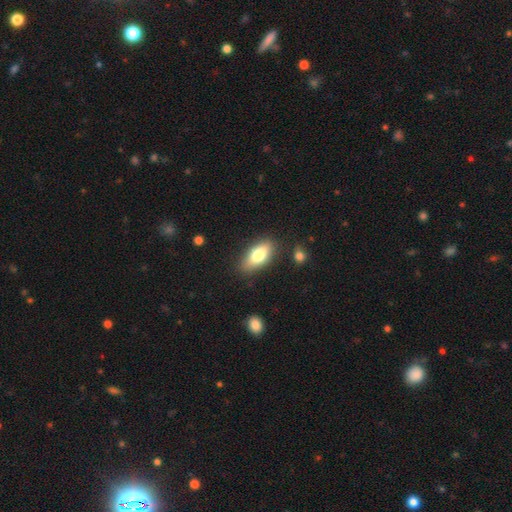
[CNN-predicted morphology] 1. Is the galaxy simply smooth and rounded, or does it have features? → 76% smooth, 17% featured or disk, 7% star or artifact.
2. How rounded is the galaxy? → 84% in between, 13% cigar-shaped, 3% round.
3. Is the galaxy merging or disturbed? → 84% none, 12% minor disturbance, 3% major disturbance, 2% merger.